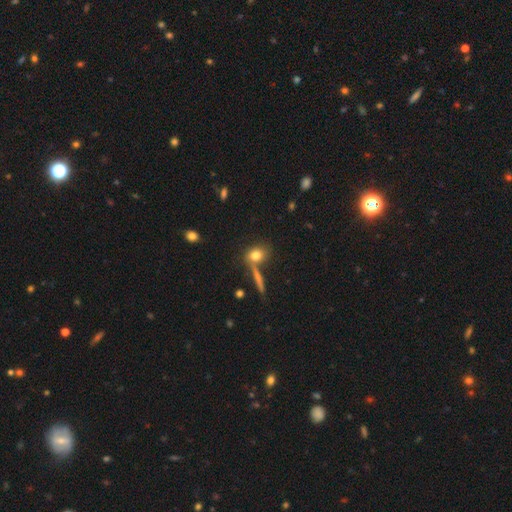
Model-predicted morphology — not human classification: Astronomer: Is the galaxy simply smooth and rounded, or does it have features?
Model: smooth — 77%.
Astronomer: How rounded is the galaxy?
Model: in between — 50% (runner-up: round, 43%).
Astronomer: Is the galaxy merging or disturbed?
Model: none — 60%.